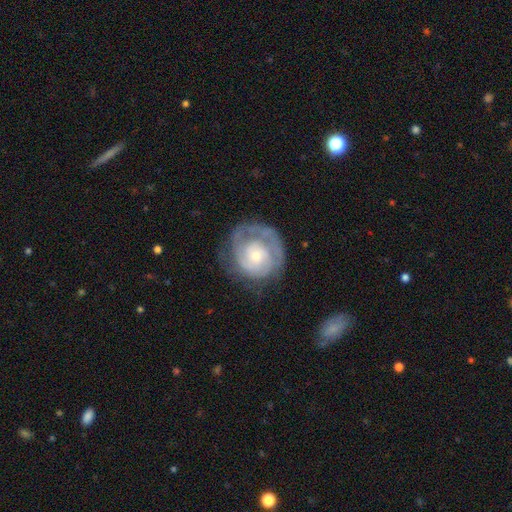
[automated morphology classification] Smooth or featured? featured or disk (77%)
Edge-on disk? no (98%)
Bar? no (78%)
Spiral arms? yes (85%)
Spiral winding? tight (68%)
Spiral arm count? can't tell (37%)
Bulge size? small (59%)
Merging? none (61%)